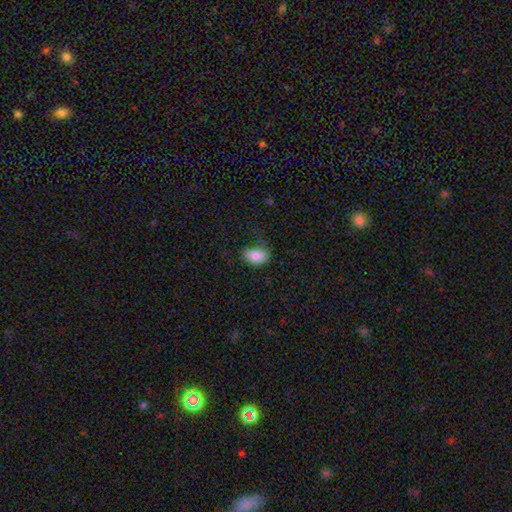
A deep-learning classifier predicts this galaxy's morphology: This is clearly a smooth galaxy (84%). How rounded: clearly in between (86%). Merging: possibly none (58%).